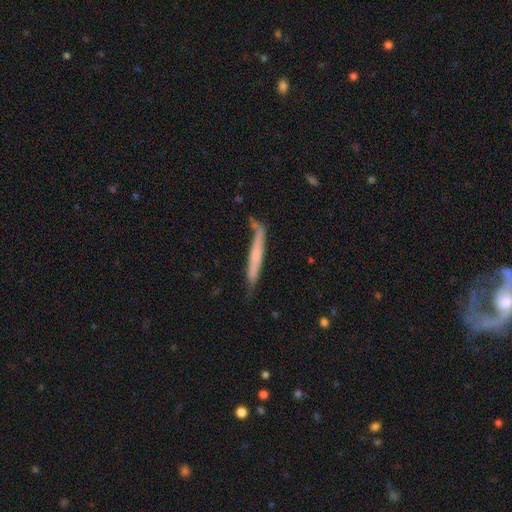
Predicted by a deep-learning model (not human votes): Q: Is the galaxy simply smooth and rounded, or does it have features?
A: smooth — 51%.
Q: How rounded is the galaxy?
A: cigar-shaped — 96%.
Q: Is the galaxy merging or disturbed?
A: none — 57%.